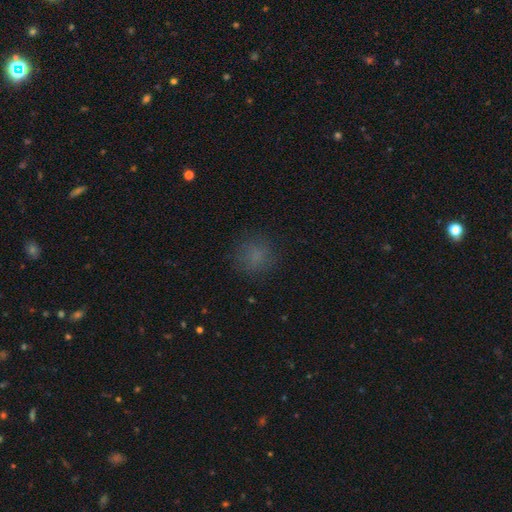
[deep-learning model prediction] Smooth or featured?
  - smooth: 74% *
  - star or artifact: 18%
  - featured or disk: 8%
How rounded?
  - round: 87% *
  - in between: 12%
  - cigar-shaped: 1%
Merging?
  - none: 81% *
  - minor disturbance: 12%
  - major disturbance: 6%
  - merger: 1%